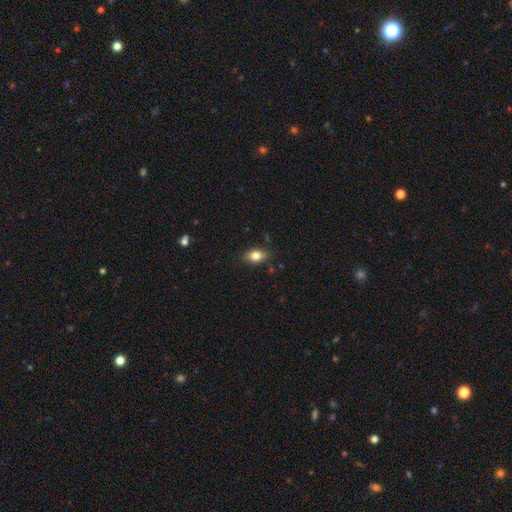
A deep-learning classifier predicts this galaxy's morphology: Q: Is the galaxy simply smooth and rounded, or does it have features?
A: smooth — 80%.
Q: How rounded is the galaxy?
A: in between — 81%.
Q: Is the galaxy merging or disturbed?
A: none — 83%.